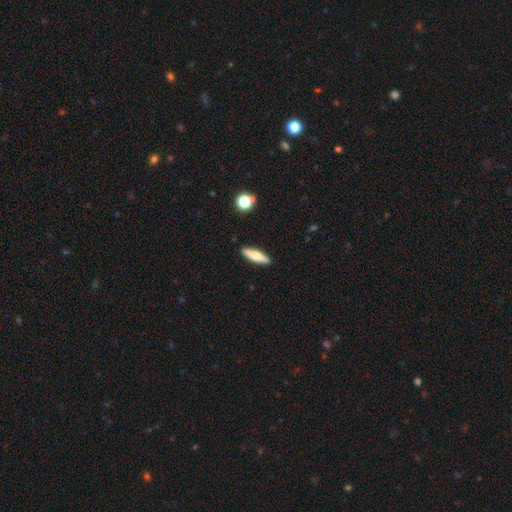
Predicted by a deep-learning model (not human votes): The model was most divided on "how rounded": cigar-shaped: 69%, in between: 29%, round: 2%. More confident: merging — none (90%); smooth or featured — smooth (68%).